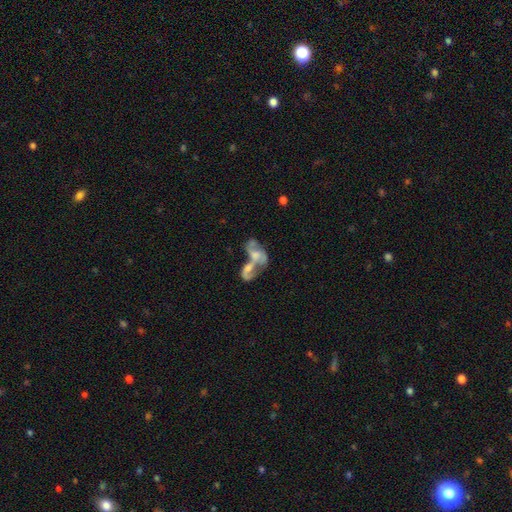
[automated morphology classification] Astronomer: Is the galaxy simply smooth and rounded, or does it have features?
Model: featured or disk — 59%.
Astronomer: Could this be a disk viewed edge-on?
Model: no — 96%.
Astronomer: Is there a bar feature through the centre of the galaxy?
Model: no — 75%.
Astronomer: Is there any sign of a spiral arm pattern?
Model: no — 57% (runner-up: yes, 43%).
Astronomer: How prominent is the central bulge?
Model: moderate — 34% (runner-up: none, 31%).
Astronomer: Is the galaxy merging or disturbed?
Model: merger — 73%.